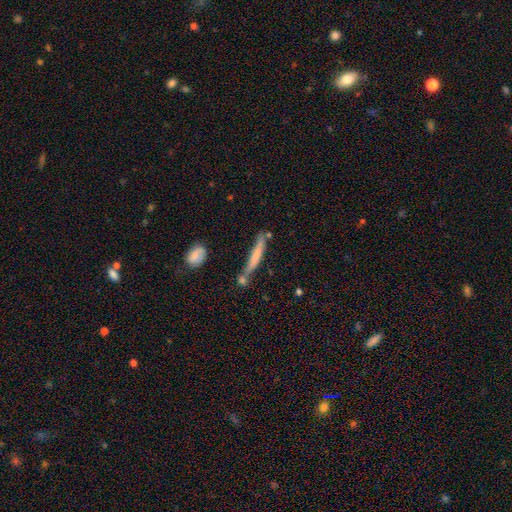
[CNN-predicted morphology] Smooth or featured? Predicted: smooth (p=0.58). How rounded? Predicted: cigar-shaped (p=0.94). Merging? Predicted: none (p=0.61).